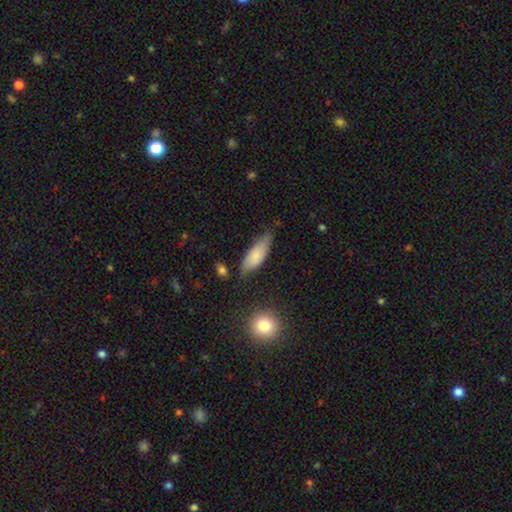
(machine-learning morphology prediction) A smooth galaxy with no disk features (77%) that is in between round and cigar-shaped (69%). Merging: none (58%).